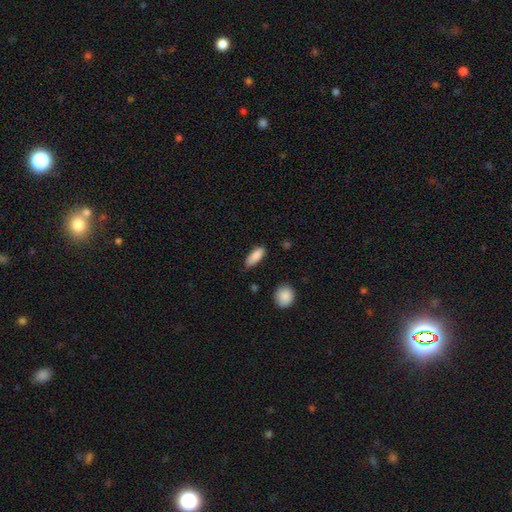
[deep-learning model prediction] smooth-or-featured: smooth: 87% | star or artifact: 7% | featured or disk: 6%
  how-rounded: in between: 74% | cigar-shaped: 24% | round: 2%
  merging: none: 68% | minor disturbance: 26% | major disturbance: 4% | merger: 2%